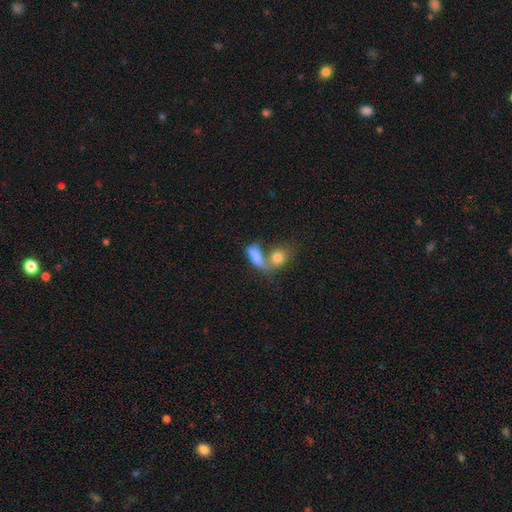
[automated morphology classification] smooth 77%, featured or disk 14%, star or artifact 9%. Down the decision tree: how rounded — in between (72%); merging — merger (62%).